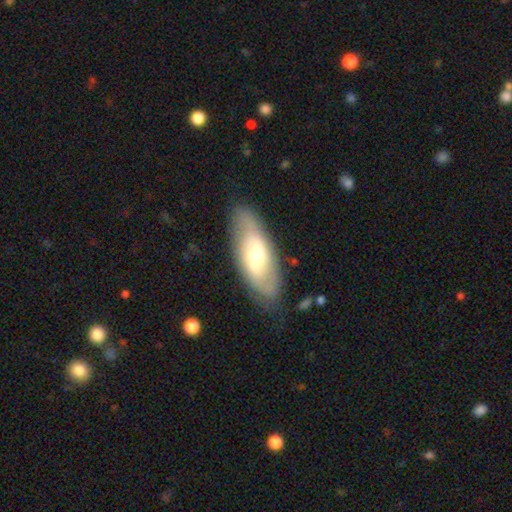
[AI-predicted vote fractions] A featured or disk galaxy (52%).

Vote fractions:
- Smooth or featured? featured or disk: 52% / smooth: 43% / star or artifact: 6%
- Edge-on disk? no: 83% / yes: 17%
- Merging? none: 80% / minor disturbance: 15% / major disturbance: 4% / merger: 2%